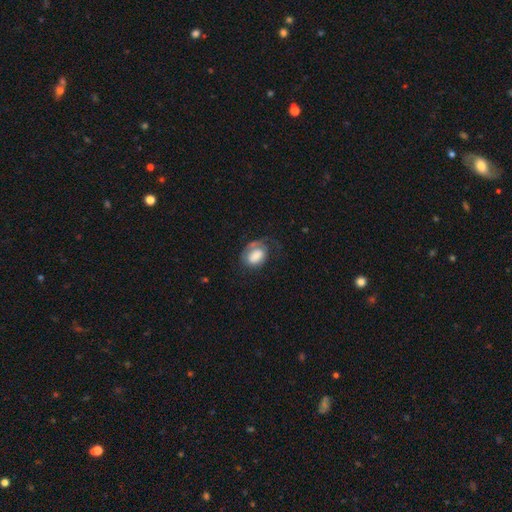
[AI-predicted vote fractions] This is likely a smooth galaxy (60%). How rounded: likely in between (77%). Merging: marginally none (44%).